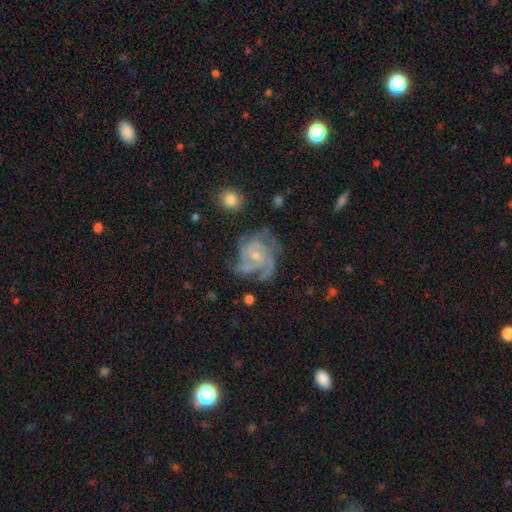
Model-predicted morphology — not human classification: Smooth or featured?
  - featured or disk: 86% *
  - smooth: 8%
  - star or artifact: 7%
Edge-on disk?
  - no: 98% *
  - yes: 2%
Bar?
  - no: 73% *
  - weak: 23%
  - strong: 4%
Spiral arms?
  - yes: 96% *
  - no: 4%
Spiral winding?
  - tight: 48% *
  - medium: 41%
  - loose: 11%
Spiral arm count?
  - 3: 43% *
  - 4: 19%
  - can't tell: 16%
  - 2: 11%
  - more than 4: 6%
  - 1: 6%
Bulge size?
  - small: 62% *
  - moderate: 33%
  - none: 3%
  - large: 1%
  - dominant: 1%
Merging?
  - none: 58% *
  - minor disturbance: 22%
  - major disturbance: 18%
  - merger: 3%